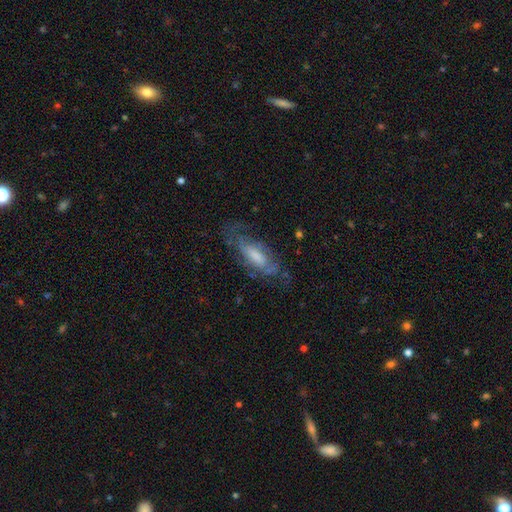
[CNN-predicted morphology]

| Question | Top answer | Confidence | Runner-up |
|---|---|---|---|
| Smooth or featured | featured or disk | 66% | smooth (26%) |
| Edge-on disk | no | 81% | yes (19%) |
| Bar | no | 54% | weak (36%) |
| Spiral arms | yes | 79% | no (21%) |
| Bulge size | moderate | 39% | small (23%) |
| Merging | none | 65% | minor disturbance (21%) |